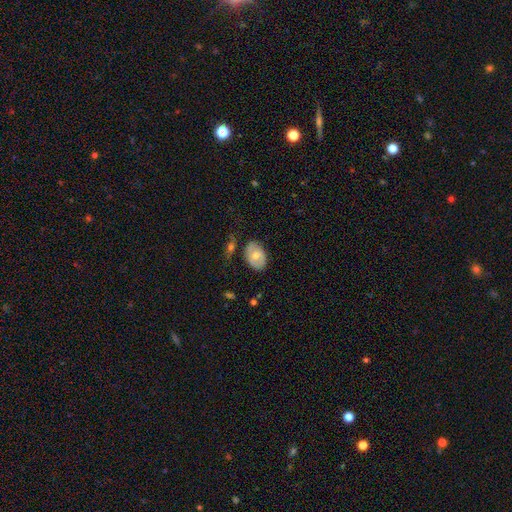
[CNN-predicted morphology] smooth_or_featured: smooth (p=0.62) [alt: featured or disk p=0.31]
how_rounded: in between (p=0.86) [alt: round p=0.13]
merging: none (p=0.69) [alt: minor disturbance p=0.20]